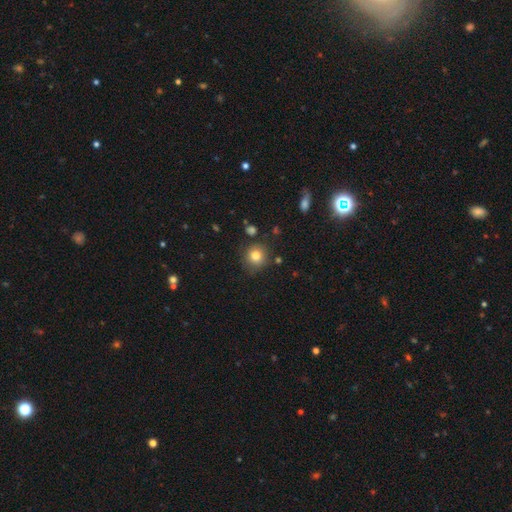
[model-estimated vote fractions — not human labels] Smooth or featured?
  - smooth: 81% *
  - star or artifact: 11%
  - featured or disk: 8%
How rounded?
  - round: 90% *
  - in between: 9%
  - cigar-shaped: 1%
Merging?
  - none: 82% *
  - minor disturbance: 11%
  - merger: 3%
  - major disturbance: 3%